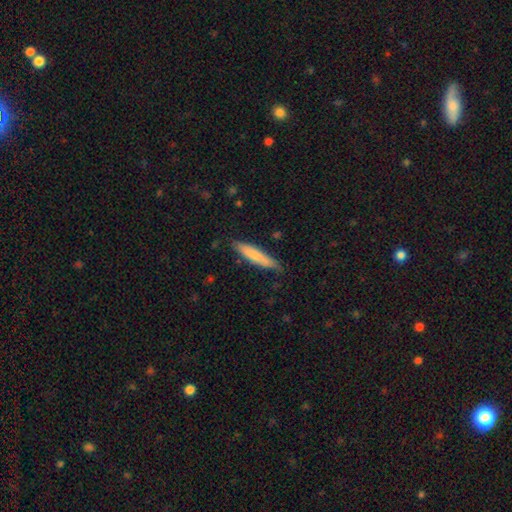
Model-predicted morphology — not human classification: A smooth galaxy with no disk features (73%) that is cigar-shaped (85%).

Vote fractions:
- Smooth or featured? smooth: 73% / featured or disk: 22% / star or artifact: 5%
- How rounded? cigar-shaped: 85% / in between: 13% / round: 1%
- Merging? none: 77% / minor disturbance: 19% / major disturbance: 3% / merger: 2%